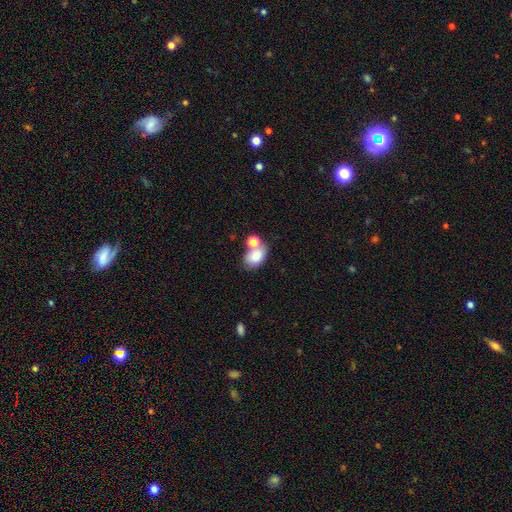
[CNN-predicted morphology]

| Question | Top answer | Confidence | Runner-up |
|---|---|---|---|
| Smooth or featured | smooth | 80% | featured or disk (11%) |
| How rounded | in between | 83% | round (16%) |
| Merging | none | 43% | merger (37%) |